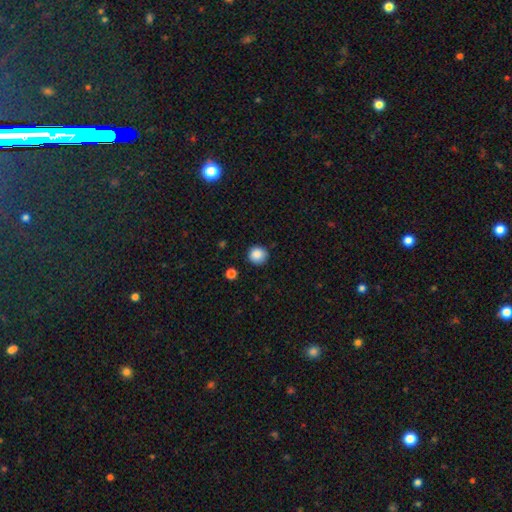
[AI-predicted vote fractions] smooth_or_featured: smooth (p=0.87) [alt: star or artifact p=0.10]
how_rounded: round (p=0.94) [alt: in between p=0.05]
merging: none (p=0.87) [alt: minor disturbance p=0.09]